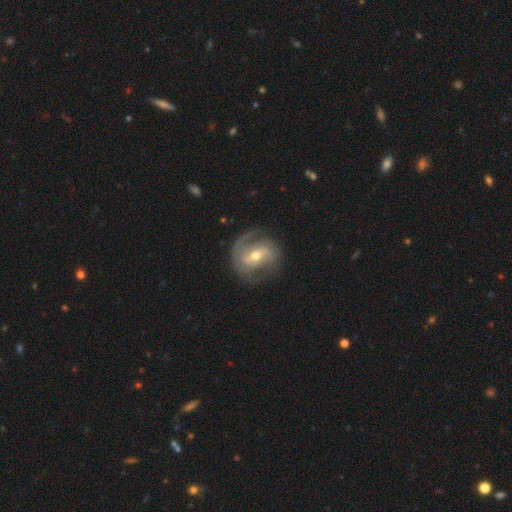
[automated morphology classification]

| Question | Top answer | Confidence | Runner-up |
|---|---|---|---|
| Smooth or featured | featured or disk | 83% | smooth (11%) |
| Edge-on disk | no | 97% | yes (3%) |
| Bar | weak | 44% | strong (36%) |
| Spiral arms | yes | 92% | no (8%) |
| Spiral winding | medium | 43% | tight (39%) |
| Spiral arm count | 2 | 68% | can't tell (13%) |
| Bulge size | moderate | 60% | small (36%) |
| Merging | none | 71% | minor disturbance (18%) |